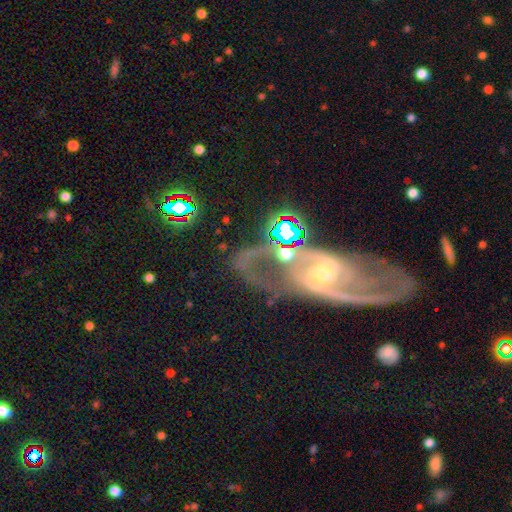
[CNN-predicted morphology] smooth-or-featured: featured or disk: 83% | star or artifact: 10% | smooth: 8%
  disk-edge-on: no: 90% | yes: 10%
    bar: weak: 43% | no: 35% | strong: 22%
    has-spiral-arms: yes: 89% | no: 11%
      spiral-winding: medium: 46% | loose: 29% | tight: 25%
      spiral-arm-count: 2: 70% | can't tell: 15% | 3: 5% | 1: 4% | 4: 3% | more than 4: 3%
    bulge-size: small: 64% | moderate: 28% | none: 4% | large: 3% | dominant: 1%
  merging: none: 59% | minor disturbance: 16% | major disturbance: 15% | merger: 10%